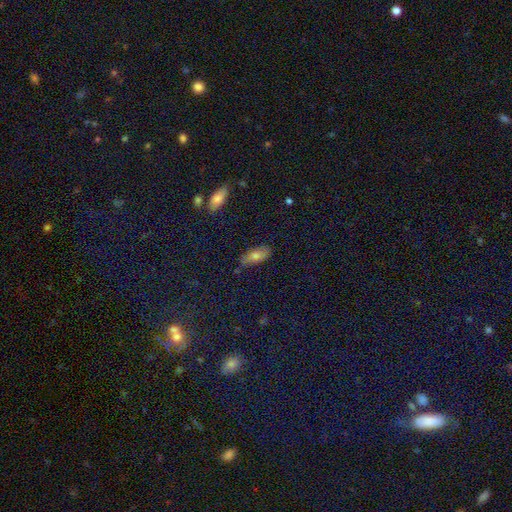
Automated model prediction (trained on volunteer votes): Smooth or featured?
  - smooth: 69% *
  - featured or disk: 19%
  - star or artifact: 12%
How rounded?
  - in between: 82% *
  - cigar-shaped: 14%
  - round: 4%
Merging?
  - none: 74% *
  - minor disturbance: 19%
  - major disturbance: 4%
  - merger: 2%